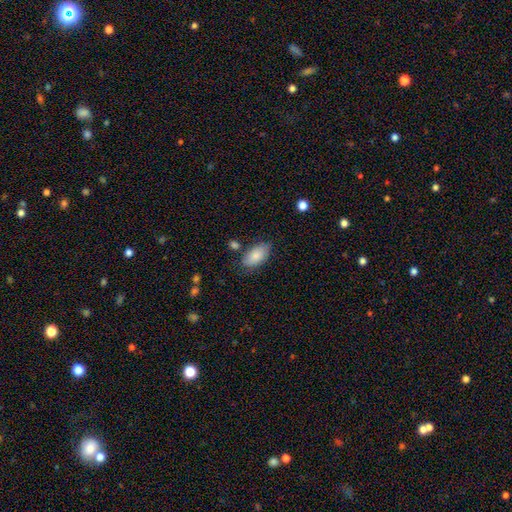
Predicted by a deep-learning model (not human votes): Smooth or featured?
  - smooth: 84% *
  - featured or disk: 10%
  - star or artifact: 7%
How rounded?
  - in between: 94% *
  - cigar-shaped: 3%
  - round: 3%
Merging?
  - none: 73% *
  - minor disturbance: 18%
  - merger: 4%
  - major disturbance: 4%